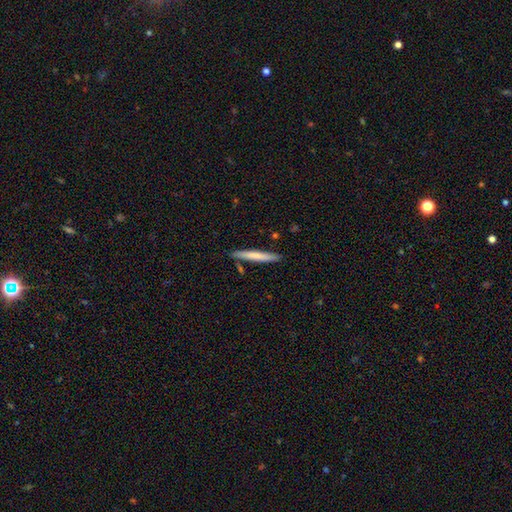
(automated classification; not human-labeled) Overall: smooth (68%). How rounded: cigar-shaped (95%). Merging: none (85%).